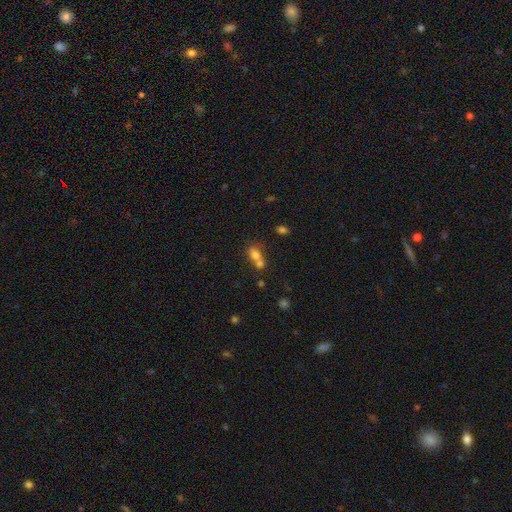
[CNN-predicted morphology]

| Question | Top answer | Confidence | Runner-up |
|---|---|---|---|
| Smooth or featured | smooth | 71% | featured or disk (16%) |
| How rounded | in between | 65% | round (31%) |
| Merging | merger | 60% | none (27%) |